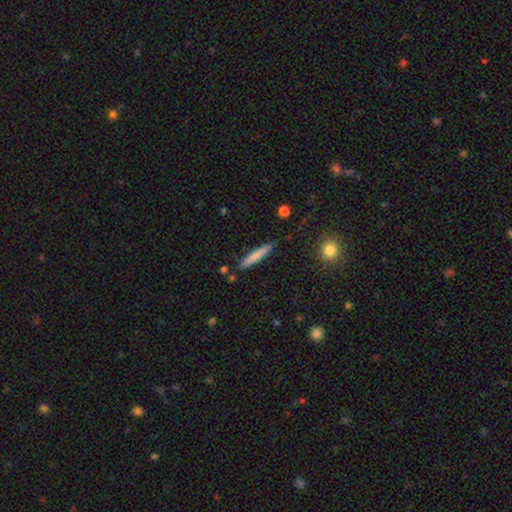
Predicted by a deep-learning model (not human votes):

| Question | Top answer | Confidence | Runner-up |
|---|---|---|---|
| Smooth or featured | smooth | 74% | featured or disk (20%) |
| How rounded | cigar-shaped | 93% | in between (5%) |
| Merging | none | 85% | minor disturbance (10%) |